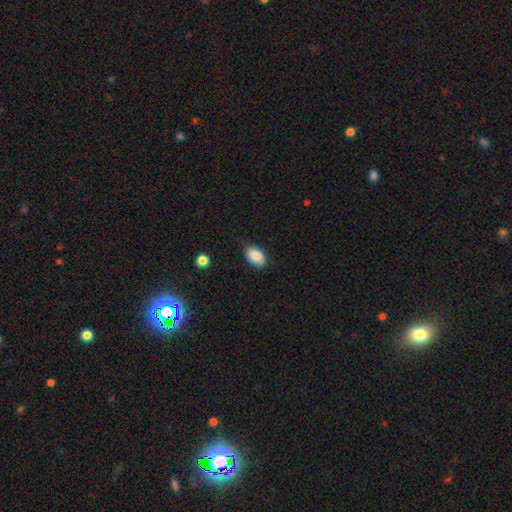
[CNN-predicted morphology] The model was most divided on "merging": none: 80%, minor disturbance: 16%, major disturbance: 3%, merger: 1%. More confident: how rounded — in between (92%); smooth or featured — smooth (87%).